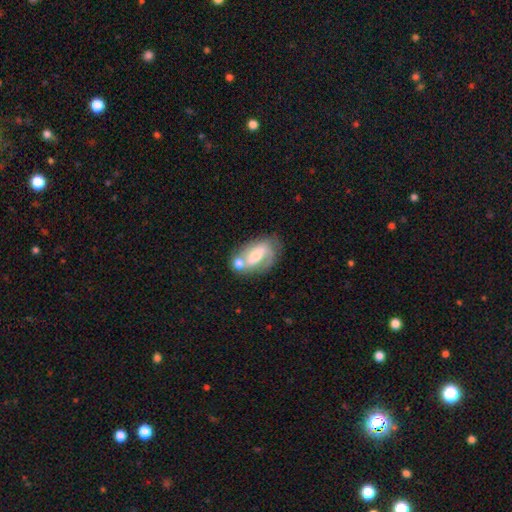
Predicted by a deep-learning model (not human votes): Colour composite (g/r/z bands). It shows a featured or disk galaxy (61%) with a weak bar (39%), spiral arms (75%) and a moderate central bulge (52%). Merging: none (41%).